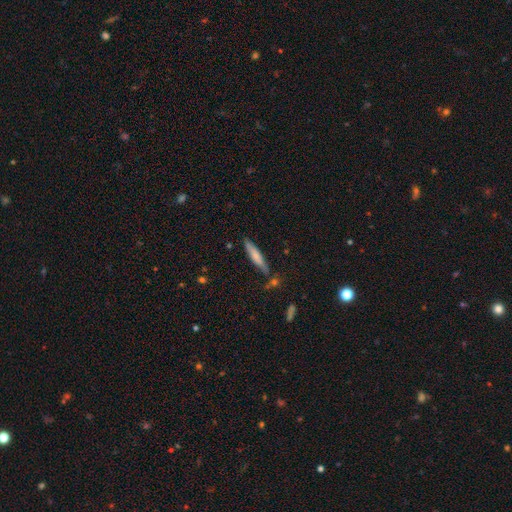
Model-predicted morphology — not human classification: type=smooth (67%); roundness=cigar-shaped (89%); merging=none (79%).